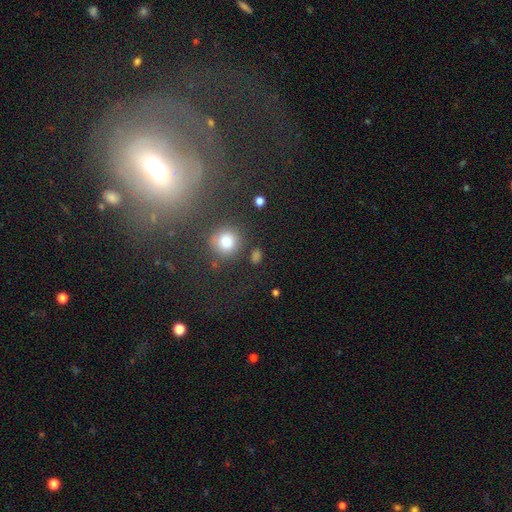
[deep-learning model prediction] A smooth galaxy with no disk features (70%) that is round (83%). Merging: none (75%).